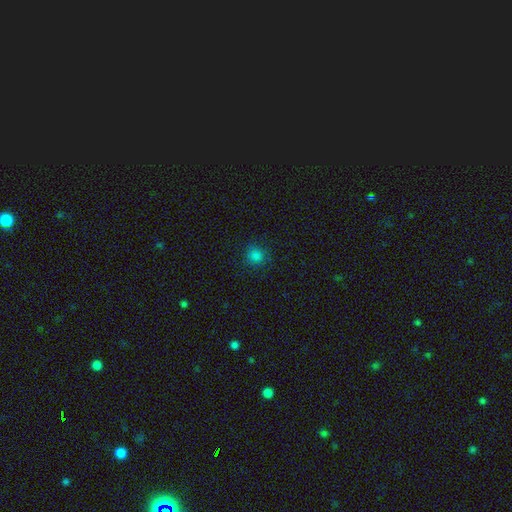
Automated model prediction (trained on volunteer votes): smooth 82%, star or artifact 15%, featured or disk 3%. Down the decision tree: how rounded — round (89%); merging — none (87%).